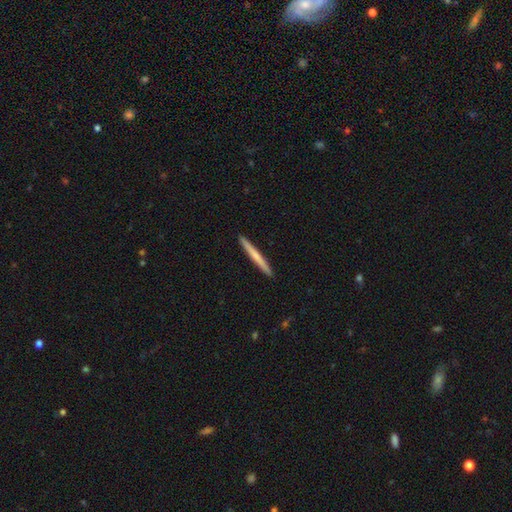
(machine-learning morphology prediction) Smooth or featured: smooth — 60% (featured or disk — 35%)
How rounded: cigar-shaped — 97% (in between — 2%)
Merging: none — 93% (minor disturbance — 4%)